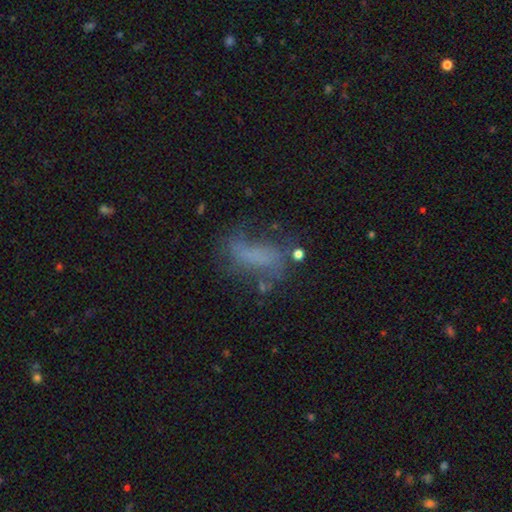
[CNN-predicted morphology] Smooth or featured?
  - featured or disk: 42% *
  - smooth: 40%
  - star or artifact: 18%
Merging?
  - none: 46% *
  - major disturbance: 25%
  - minor disturbance: 23%
  - merger: 6%